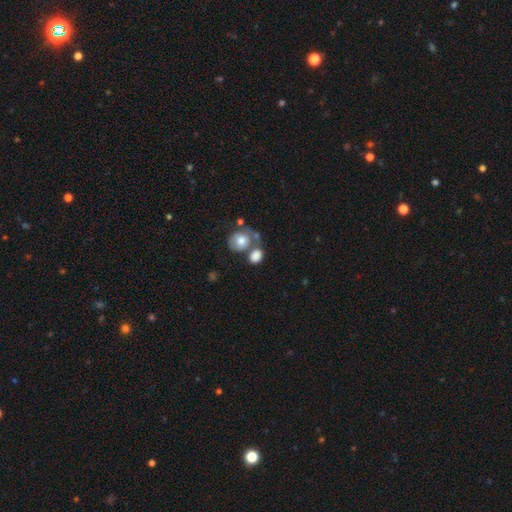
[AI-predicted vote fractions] The model was most divided on "how rounded": round: 52%, in between: 46%, cigar-shaped: 1%. Remaining: smooth or featured — smooth (78%); merging — merger (43%).